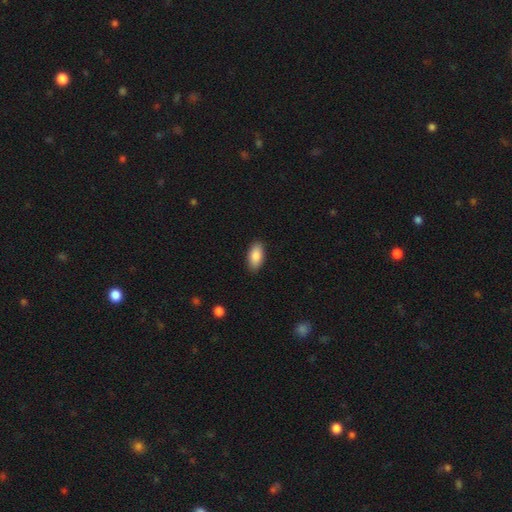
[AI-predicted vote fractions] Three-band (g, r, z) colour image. It shows a smooth galaxy with no disk features (88%) that is in between round and cigar-shaped (92%). Merging: none (89%).